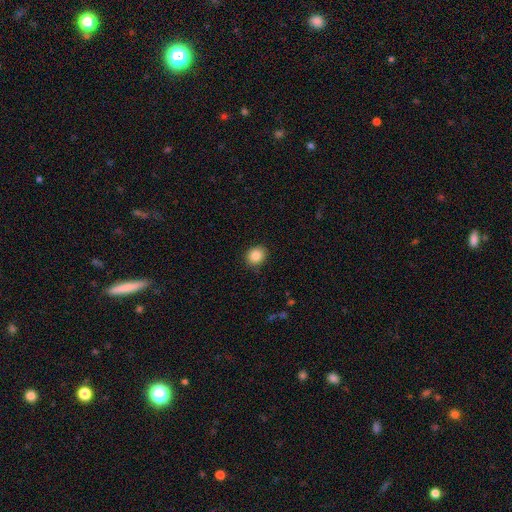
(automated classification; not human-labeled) Smooth or featured? smooth (87%)
How rounded? round (71%)
Merging? none (87%)